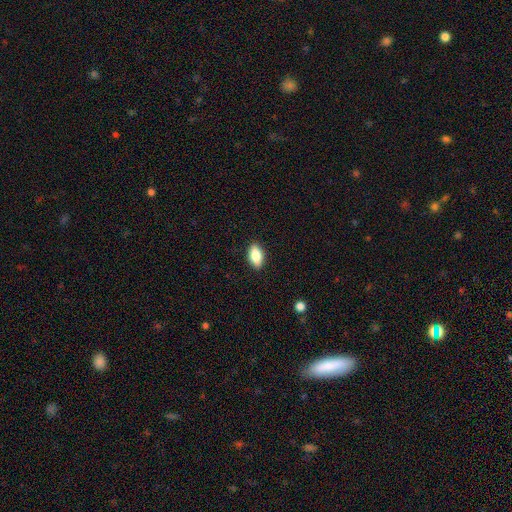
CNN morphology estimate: Smooth or featured: smooth — 81% (featured or disk — 12%)
How rounded: in between — 88% (cigar-shaped — 7%)
Merging: none — 89% (minor disturbance — 8%)